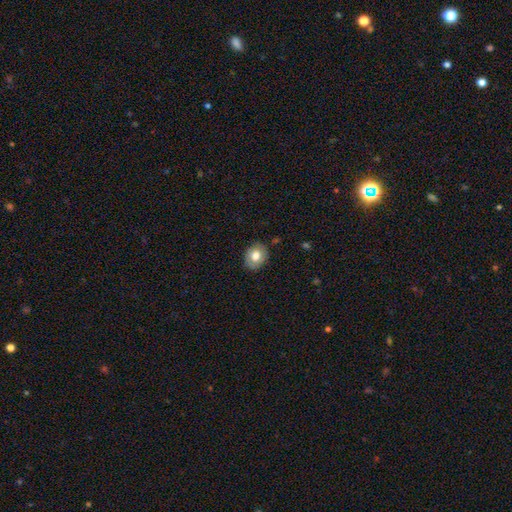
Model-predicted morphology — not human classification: The model was most divided on "how rounded": round: 54%, in between: 46%, cigar-shaped: 1%. More confident: merging — none (85%); smooth or featured — smooth (74%).